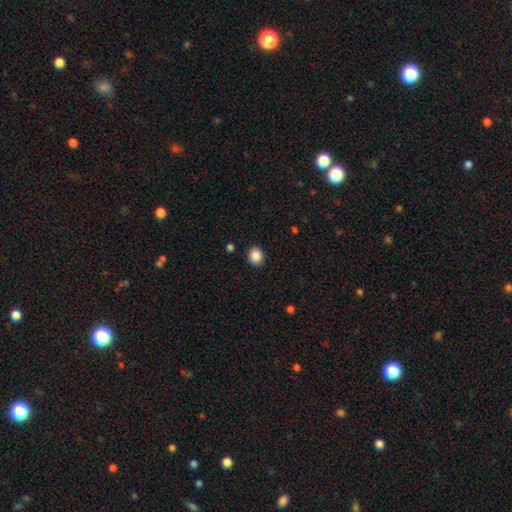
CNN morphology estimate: This is clearly a smooth galaxy (87%). How rounded: likely round (77%). Merging: clearly none (91%).